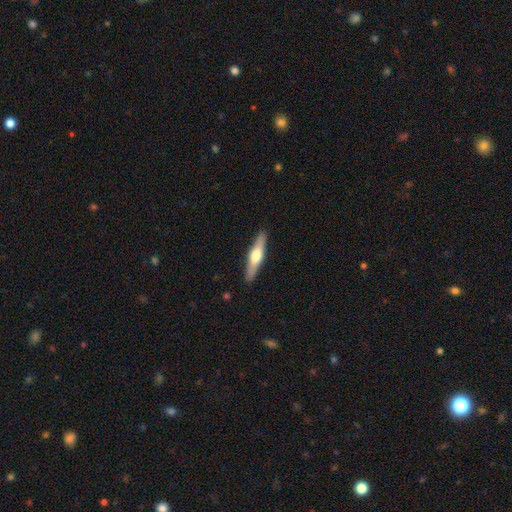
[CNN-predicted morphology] Overall: featured or disk (55%; smooth 40%). Edge-on disk: yes (95%). Edge-on bulge: rounded (92%). Merging: none (90%).